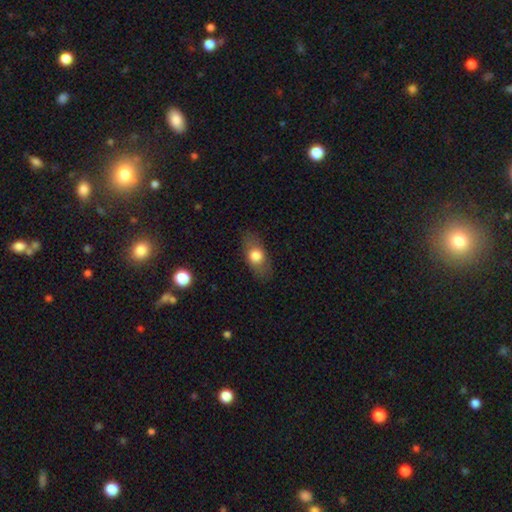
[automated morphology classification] Smooth or featured? smooth (70%)
How rounded? in between (78%)
Merging? none (82%)